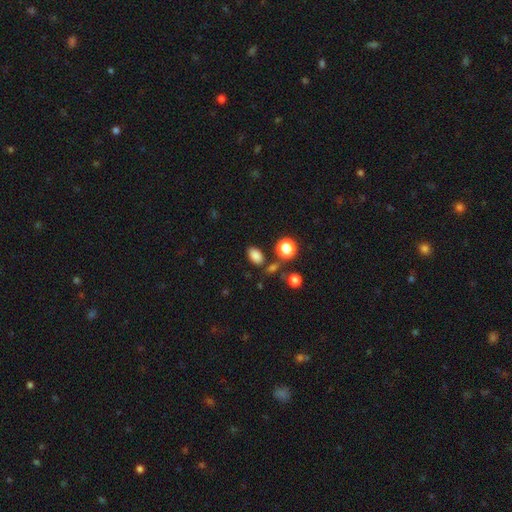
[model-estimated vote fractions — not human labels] A smooth galaxy with no disk features (83%) that is in between round and cigar-shaped (84%). Merging: none (78%).